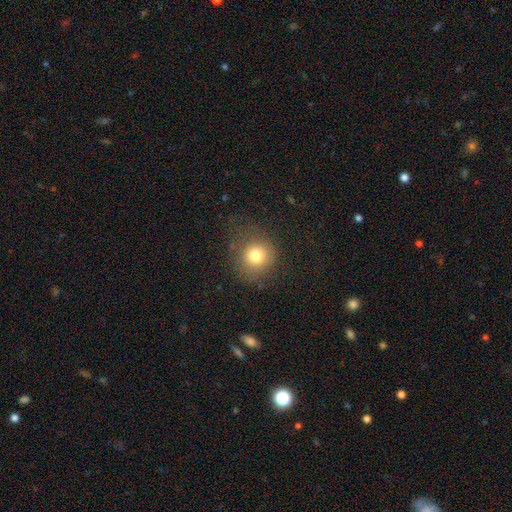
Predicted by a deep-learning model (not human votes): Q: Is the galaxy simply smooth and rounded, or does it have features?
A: smooth — 77%.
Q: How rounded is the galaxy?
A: round — 87%.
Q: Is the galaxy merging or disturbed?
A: none — 75%.